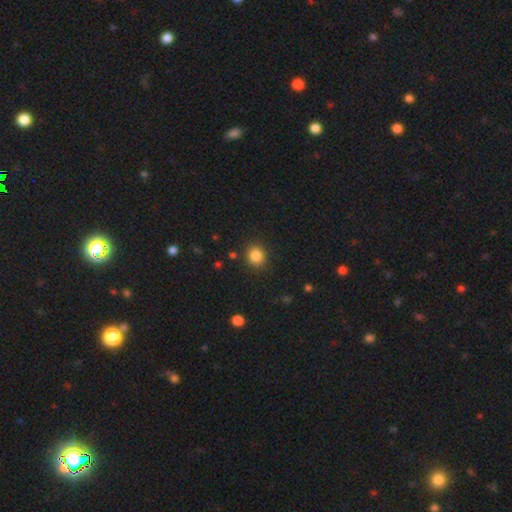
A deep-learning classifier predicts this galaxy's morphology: smooth 84%, star or artifact 11%, featured or disk 4%. Down the decision tree: how rounded — round (85%); merging — none (87%).